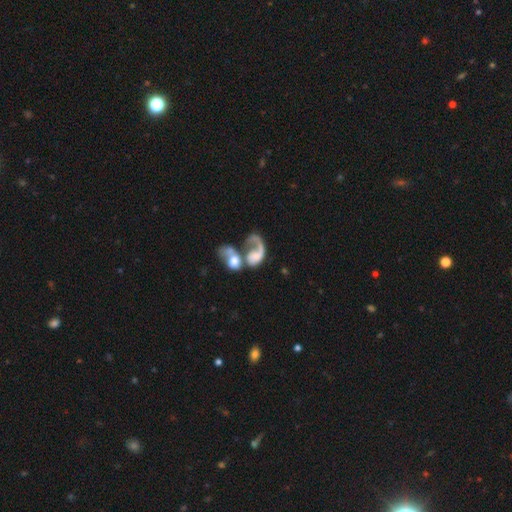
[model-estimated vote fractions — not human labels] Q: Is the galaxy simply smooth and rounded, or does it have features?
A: featured or disk — 63%.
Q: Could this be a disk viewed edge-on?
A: no — 97%.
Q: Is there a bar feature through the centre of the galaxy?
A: no — 72%.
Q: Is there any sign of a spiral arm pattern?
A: yes — 74%.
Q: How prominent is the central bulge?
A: moderate — 32%.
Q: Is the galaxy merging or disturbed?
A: merger — 68%.